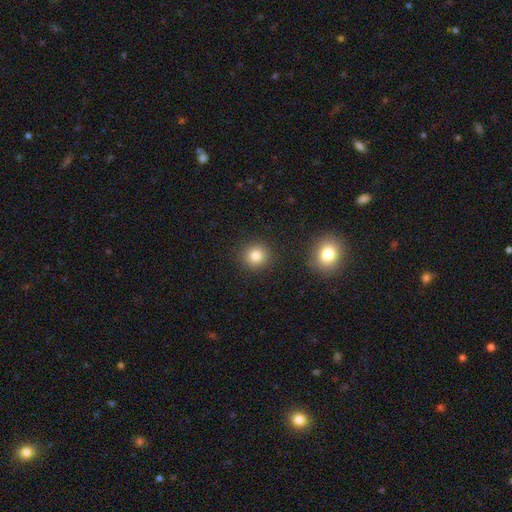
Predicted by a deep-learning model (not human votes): The model was most divided on "smooth or featured": smooth: 81%, star or artifact: 12%, featured or disk: 7%. More confident: how rounded — round (91%); merging — none (90%).